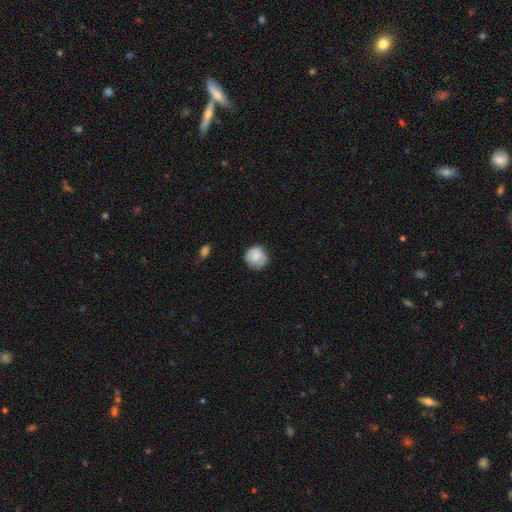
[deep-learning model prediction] Morphology: type=smooth (77%); roundness=round (88%); merging=none (71%).